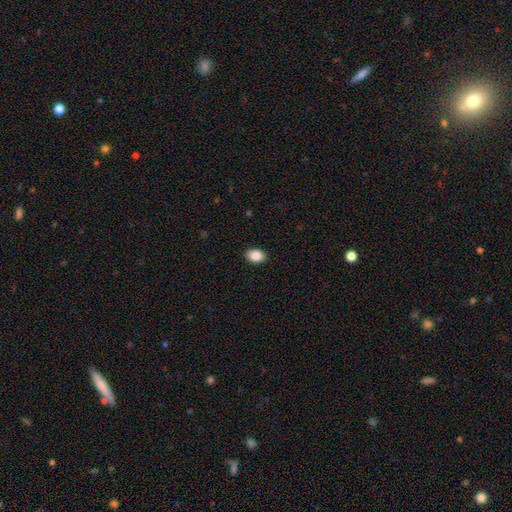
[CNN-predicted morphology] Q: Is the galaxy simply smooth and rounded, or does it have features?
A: smooth — 88%.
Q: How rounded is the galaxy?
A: in between — 79%.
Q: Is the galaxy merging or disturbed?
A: none — 89%.